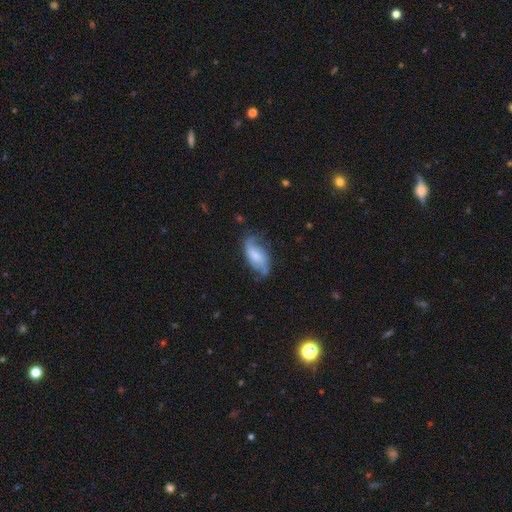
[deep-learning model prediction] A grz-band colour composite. It shows a featured or disk galaxy (62%) with a weak bar (44%), 2 (77%) loose (48%) spiral arms (89%) and a moderate central bulge (38%). Merging: none (56%).